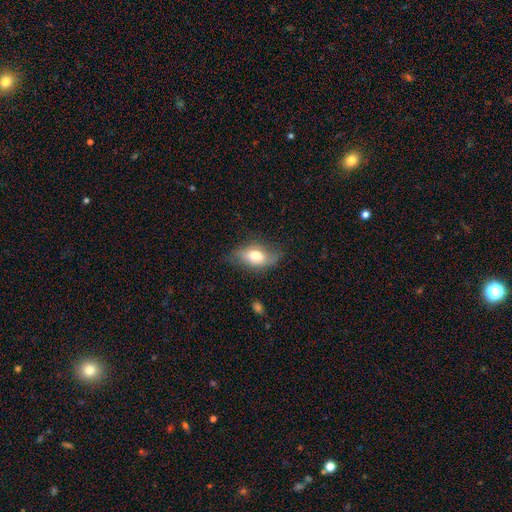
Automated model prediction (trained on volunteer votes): Smooth or featured? Predicted: smooth (p=0.66). How rounded? Predicted: in between (p=0.86). Merging? Predicted: none (p=0.58).